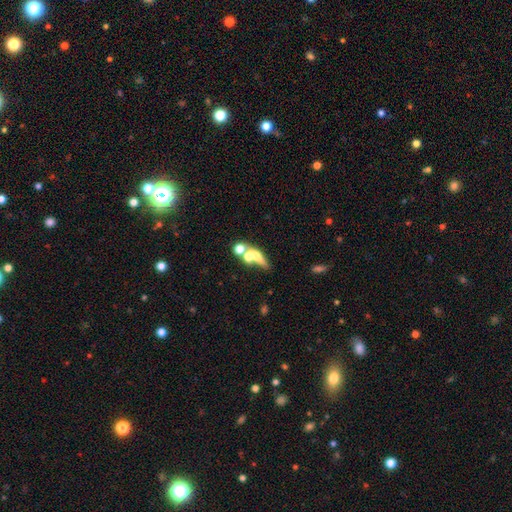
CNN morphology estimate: Q: Smooth or featured?
A: smooth (49%); runner-up: featured or disk (37%)
Q: Merging?
A: merger (45%); runner-up: none (37%)